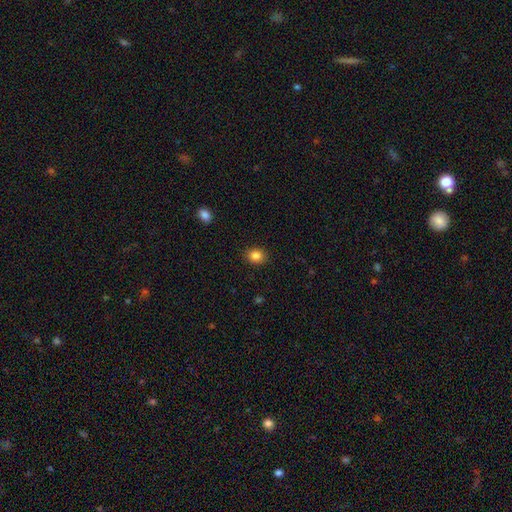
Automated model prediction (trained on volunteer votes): Q: Smooth or featured?
A: smooth (85%); runner-up: star or artifact (11%)
Q: How rounded?
A: round (59%); runner-up: in between (40%)
Q: Merging?
A: none (90%); runner-up: minor disturbance (7%)